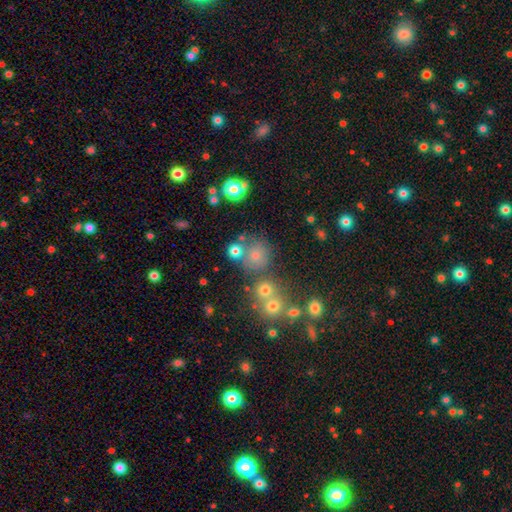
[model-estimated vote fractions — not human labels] smooth 70%, star or artifact 19%, featured or disk 11%. Down the decision tree: how rounded — round (87%); merging — none (62%).